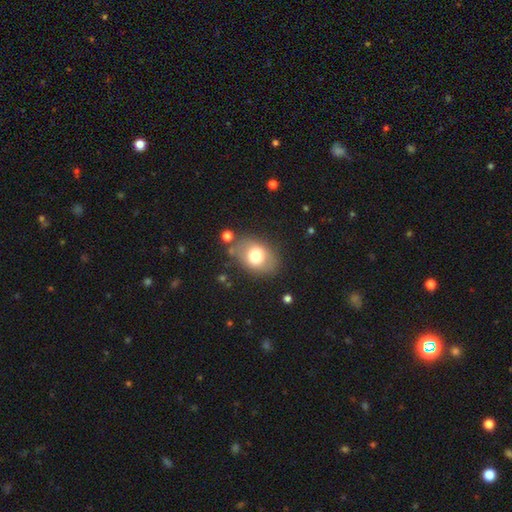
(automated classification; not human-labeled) A smooth galaxy with no disk features (71%) that is in between round and cigar-shaped (73%).

Vote fractions:
- Smooth or featured? smooth: 71% / featured or disk: 21% / star or artifact: 8%
- How rounded? in between: 73% / round: 25% / cigar-shaped: 1%
- Merging? none: 70% / minor disturbance: 17% / major disturbance: 7% / merger: 5%